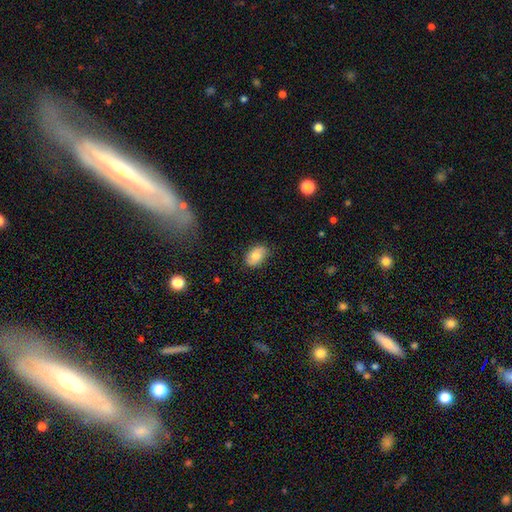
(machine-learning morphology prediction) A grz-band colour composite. It shows a smooth galaxy with no disk features (75%) that is in between round and cigar-shaped (86%). Merging: none (81%).